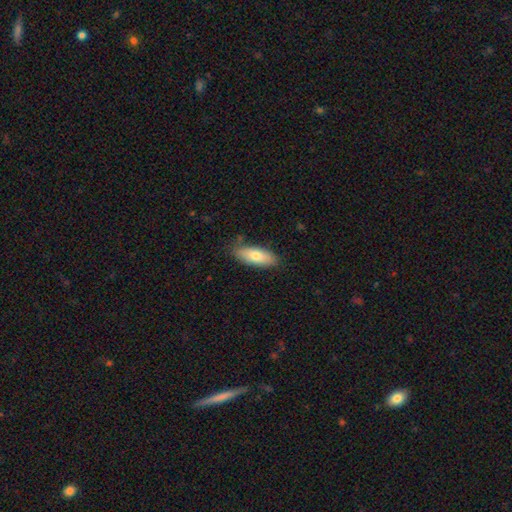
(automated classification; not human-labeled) smooth_or_featured: smooth (p=0.76) [alt: featured or disk p=0.17]
how_rounded: in between (p=0.69) [alt: cigar-shaped p=0.29]
merging: none (p=0.83) [alt: minor disturbance p=0.13]